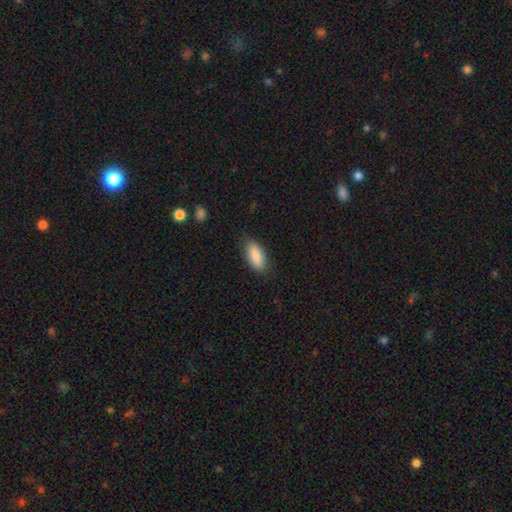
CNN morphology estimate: Overall: smooth (87%). How rounded: in between (86%). Merging: none (81%).